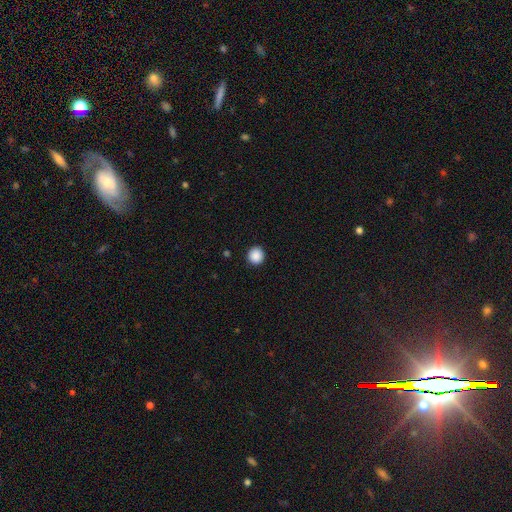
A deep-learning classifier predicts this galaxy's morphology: Smooth or featured? smooth (89%)
How rounded? round (95%)
Merging? none (93%)